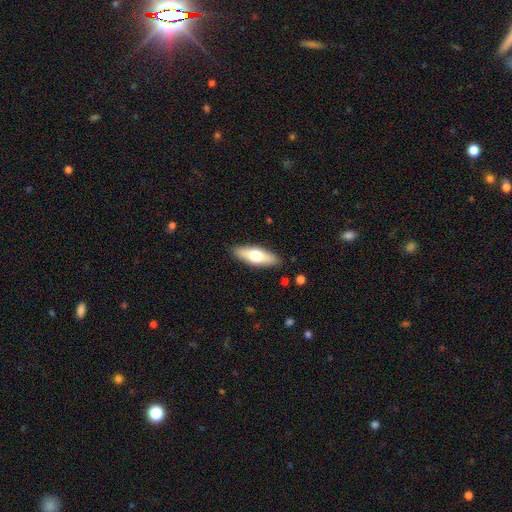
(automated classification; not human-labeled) Smooth or featured? Predicted: smooth (p=0.58). How rounded? Predicted: in between (p=0.60). Merging? Predicted: none (p=0.88).